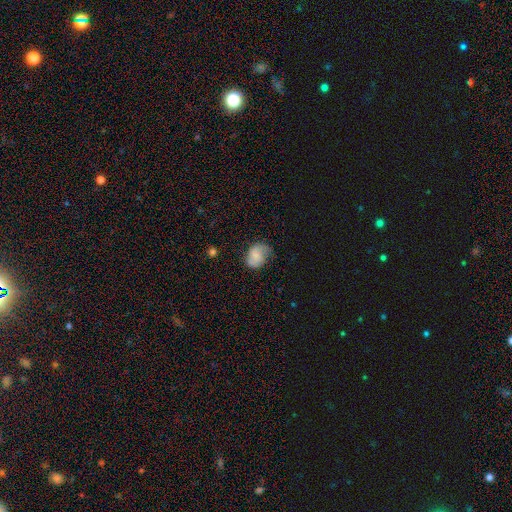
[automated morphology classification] This is likely a smooth galaxy (61%). How rounded: likely in between (63%). Merging: possibly none (52%).